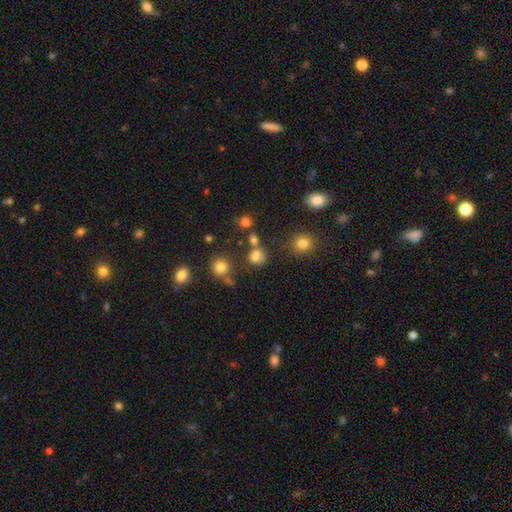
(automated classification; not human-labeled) Smooth or featured? Predicted: smooth (p=0.70). How rounded? Predicted: round (p=0.67). Merging? Predicted: none (p=0.52).